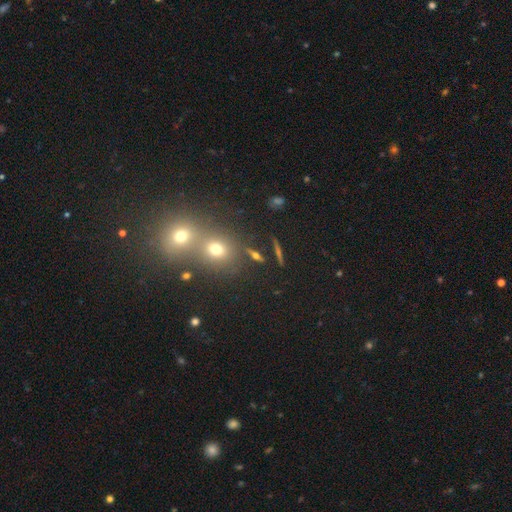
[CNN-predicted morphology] This is possibly a smooth galaxy (48%). Merging: possibly none (47%).